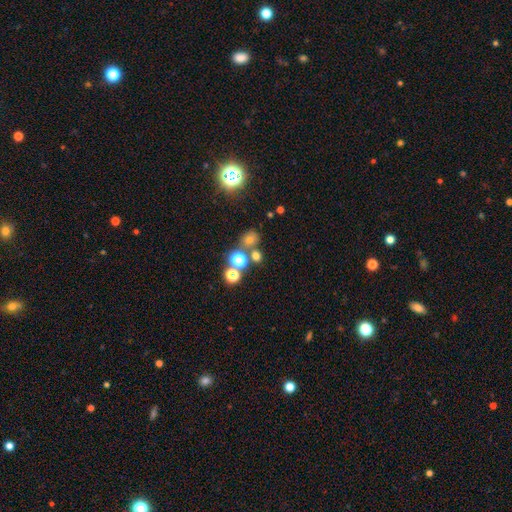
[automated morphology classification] A smooth galaxy with no disk features (59%) that is round (79%). Merging: none (63%).